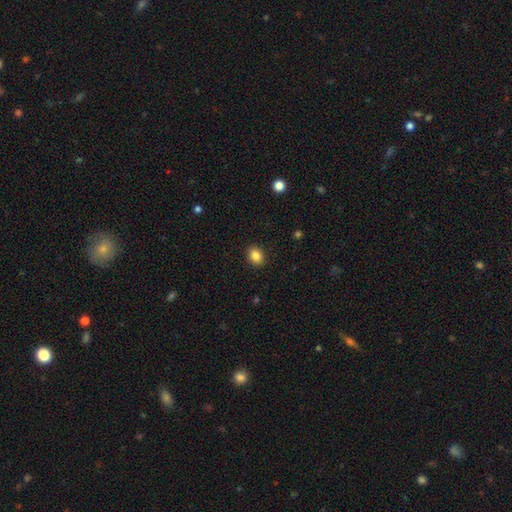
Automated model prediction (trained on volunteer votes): This appears to be a smooth galaxy with no disk features (85%) that is in between round and cigar-shaped (55%). Merging: none (90%).